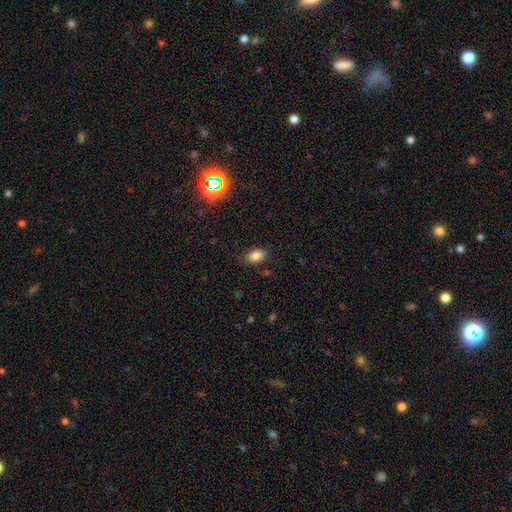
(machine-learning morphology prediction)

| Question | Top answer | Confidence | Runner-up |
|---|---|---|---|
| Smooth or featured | smooth | 83% | star or artifact (11%) |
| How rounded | in between | 89% | round (8%) |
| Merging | none | 84% | minor disturbance (12%) |